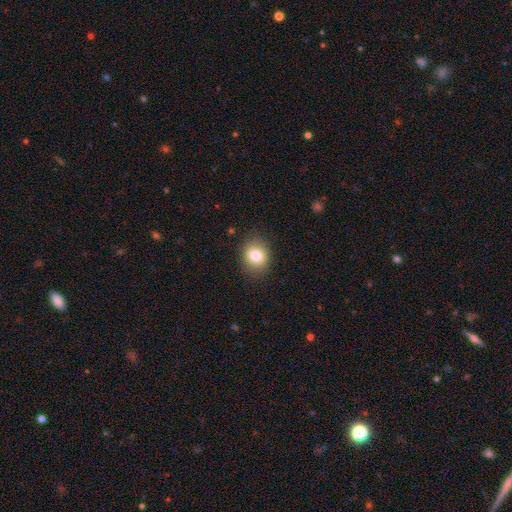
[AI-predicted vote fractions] Smooth or featured? Predicted: smooth (p=0.80). How rounded? Predicted: round (p=0.67). Merging? Predicted: none (p=0.86).